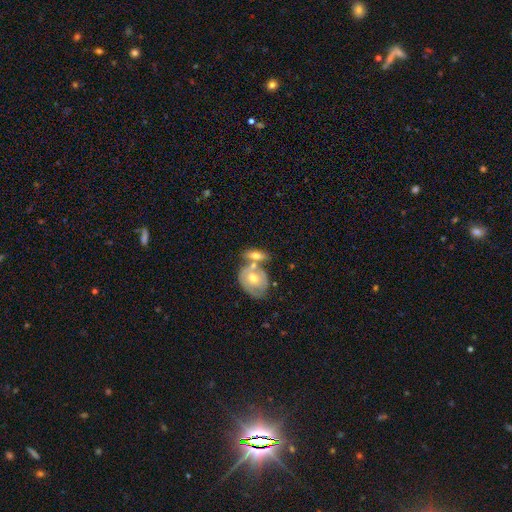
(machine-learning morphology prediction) Overall: smooth (55%; featured or disk 39%). How rounded: in between (71%). Merging: merger (51%; none 34%).